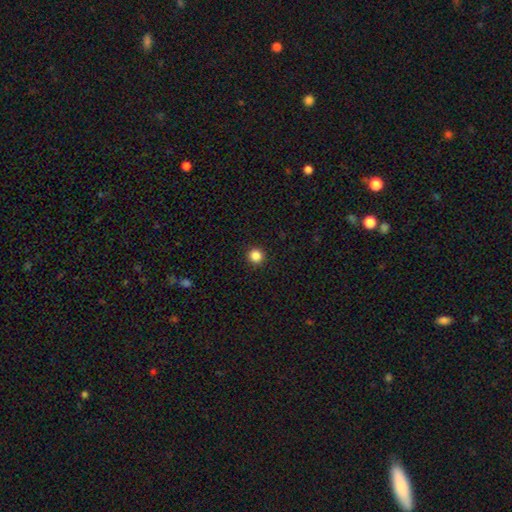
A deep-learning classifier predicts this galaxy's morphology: Smooth or featured: smooth — 86% (star or artifact — 11%)
How rounded: round — 96% (in between — 3%)
Merging: none — 93% (minor disturbance — 4%)